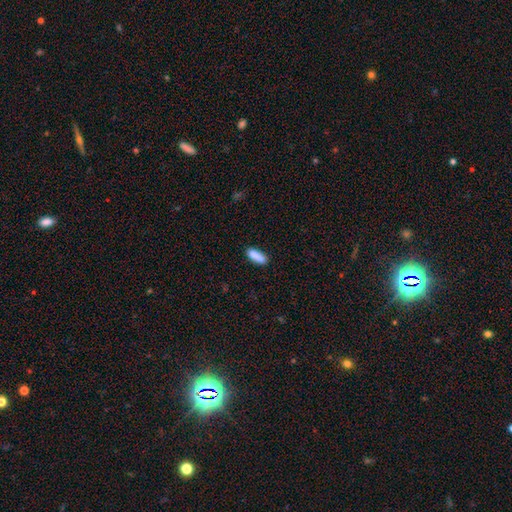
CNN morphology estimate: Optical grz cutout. It shows a smooth galaxy with no disk features (82%) that is in between round and cigar-shaped (58%). Merging: none (63%).